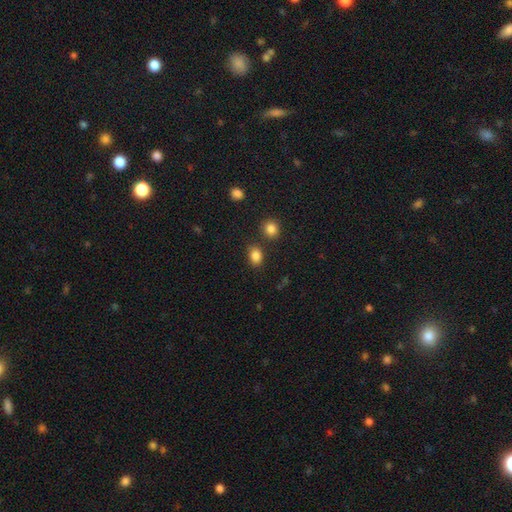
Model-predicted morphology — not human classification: A smooth galaxy with no disk features (85%) that is in between round and cigar-shaped (67%). Merging: none (78%).